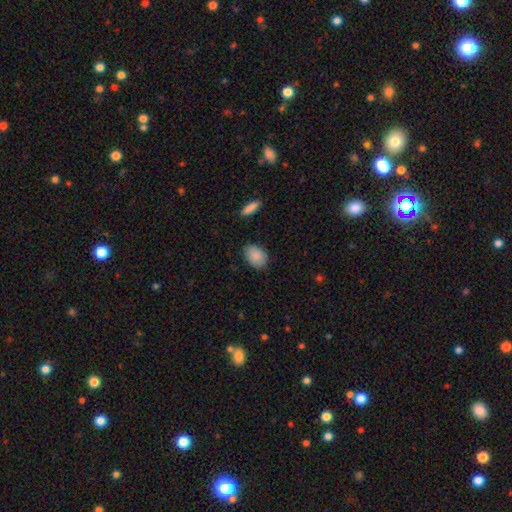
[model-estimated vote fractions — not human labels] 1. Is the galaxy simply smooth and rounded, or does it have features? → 87% smooth, 6% star or artifact, 6% featured or disk.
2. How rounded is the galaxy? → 81% in between, 17% round, 1% cigar-shaped.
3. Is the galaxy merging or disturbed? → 83% none, 13% minor disturbance, 3% major disturbance, 2% merger.